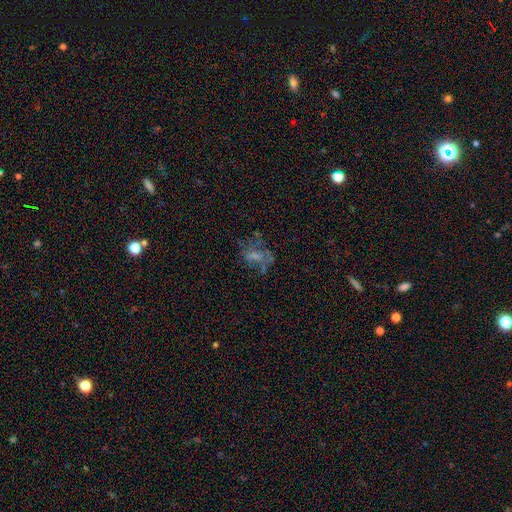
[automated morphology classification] Overall: featured or disk (46%; smooth 35%). Merging: none (44%; major disturbance 31%).